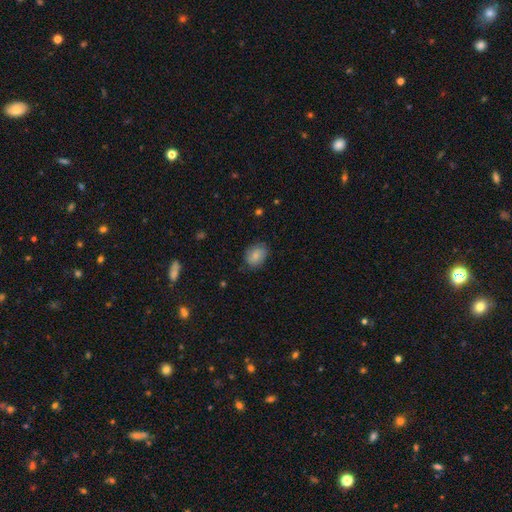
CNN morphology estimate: type=smooth (82%); roundness=in between (61%); merging=none (77%).